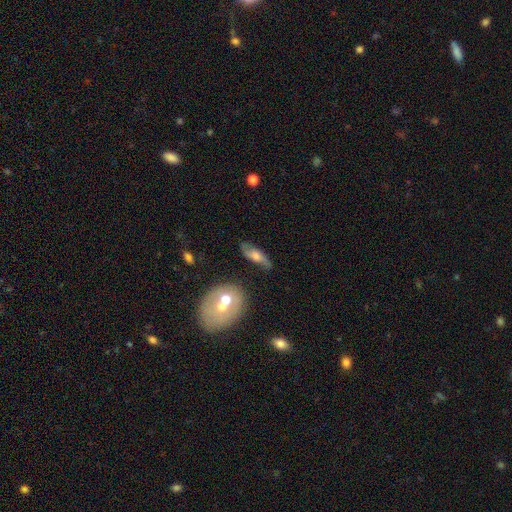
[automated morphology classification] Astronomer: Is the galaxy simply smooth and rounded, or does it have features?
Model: featured or disk — 57% (runner-up: smooth, 35%).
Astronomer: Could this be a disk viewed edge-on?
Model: no — 75%.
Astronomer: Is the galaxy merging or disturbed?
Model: none — 68%.